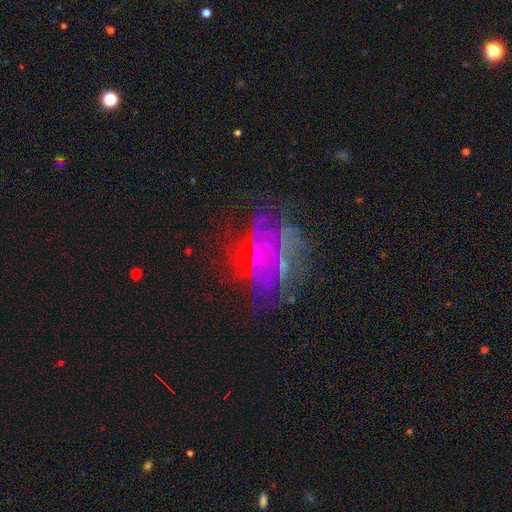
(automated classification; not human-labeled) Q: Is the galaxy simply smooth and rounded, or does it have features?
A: featured or disk — 49%.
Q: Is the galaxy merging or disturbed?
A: none — 57%.